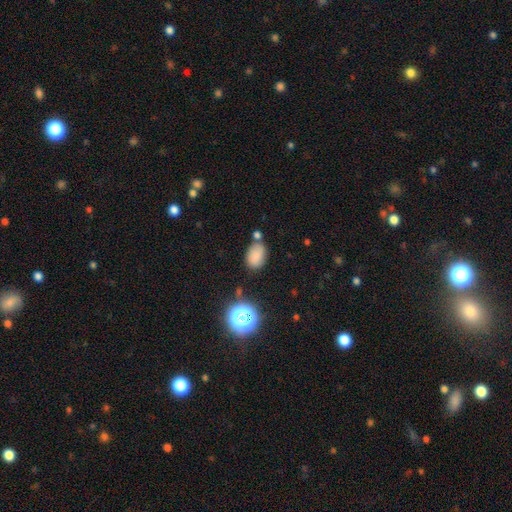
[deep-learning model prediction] Smooth or featured? Predicted: smooth (p=0.79). How rounded? Predicted: in between (p=0.82). Merging? Predicted: none (p=0.65).